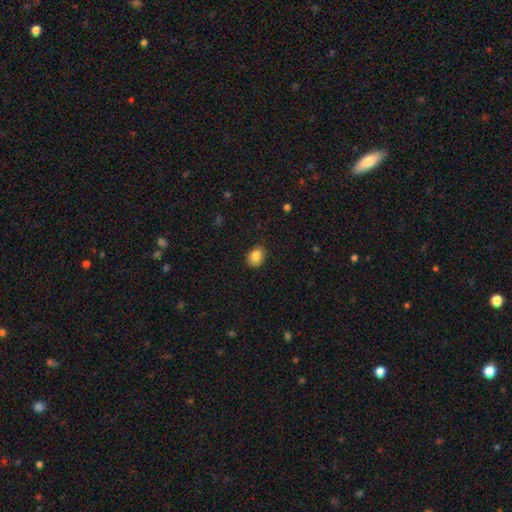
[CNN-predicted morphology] Overall: smooth (85%). How rounded: in between (62%; round 37%). Merging: none (80%).